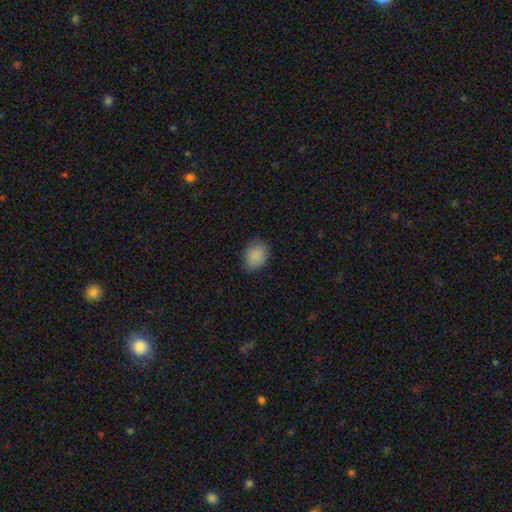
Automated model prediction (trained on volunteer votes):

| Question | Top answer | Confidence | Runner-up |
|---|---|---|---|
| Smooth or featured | smooth | 87% | star or artifact (8%) |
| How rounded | in between | 54% | round (45%) |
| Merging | none | 81% | minor disturbance (15%) |